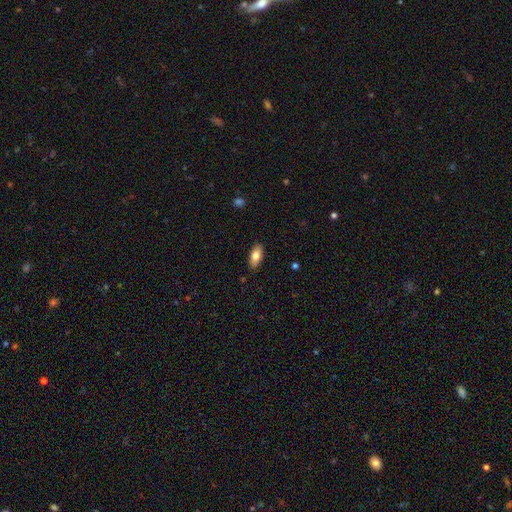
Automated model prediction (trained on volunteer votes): The model was most divided on "smooth or featured": smooth: 79%, featured or disk: 14%, star or artifact: 7%. More confident: merging — none (88%); how rounded — in between (86%).